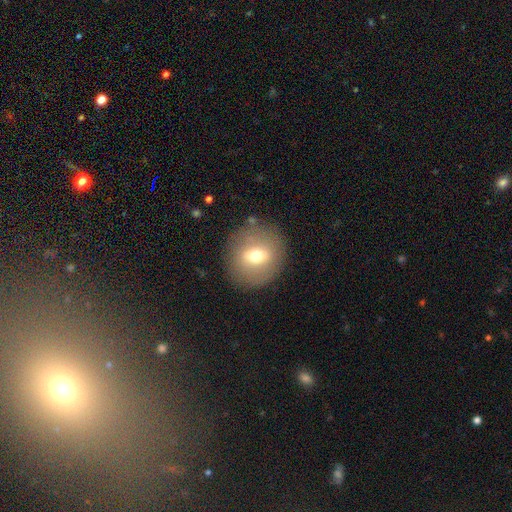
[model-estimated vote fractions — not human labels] This is possibly a smooth galaxy (58%). How rounded: clearly round (82%). Merging: clearly none (84%).